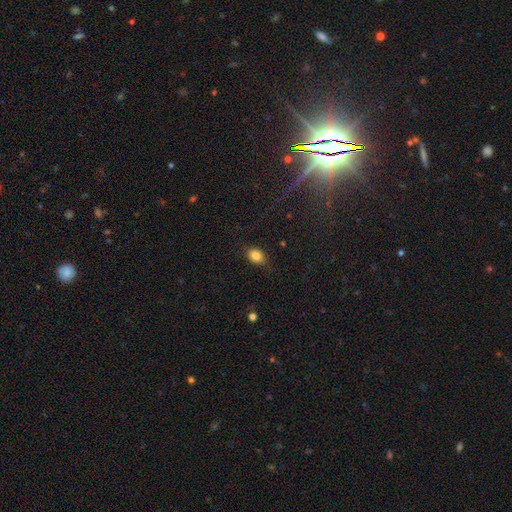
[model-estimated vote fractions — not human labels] The model was most divided on "how rounded": in between: 77%, round: 21%, cigar-shaped: 2%. More confident: smooth or featured — smooth (83%); merging — none (80%).